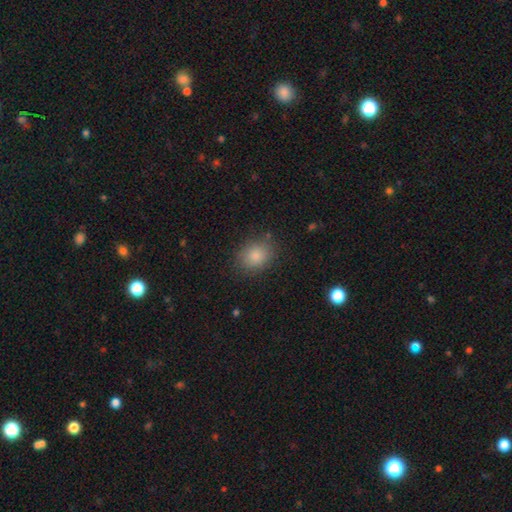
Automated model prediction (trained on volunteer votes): Smooth or featured?
  - smooth: 84% *
  - star or artifact: 9%
  - featured or disk: 6%
How rounded?
  - round: 50% *
  - in between: 49%
  - cigar-shaped: 1%
Merging?
  - none: 82% *
  - minor disturbance: 12%
  - major disturbance: 4%
  - merger: 2%